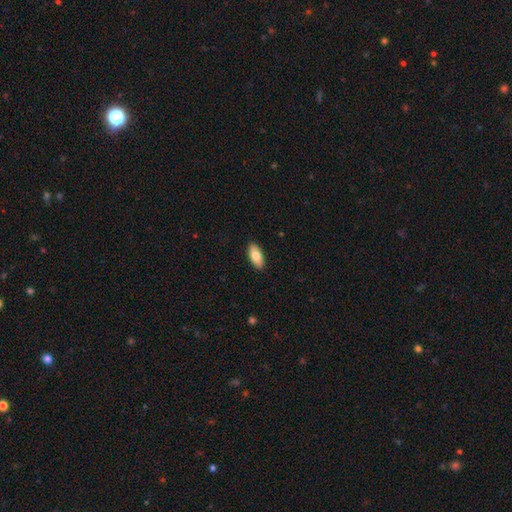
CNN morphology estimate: The model was most divided on "smooth or featured": smooth: 81%, featured or disk: 13%, star or artifact: 6%. More confident: how rounded — in between (89%); merging — none (89%).